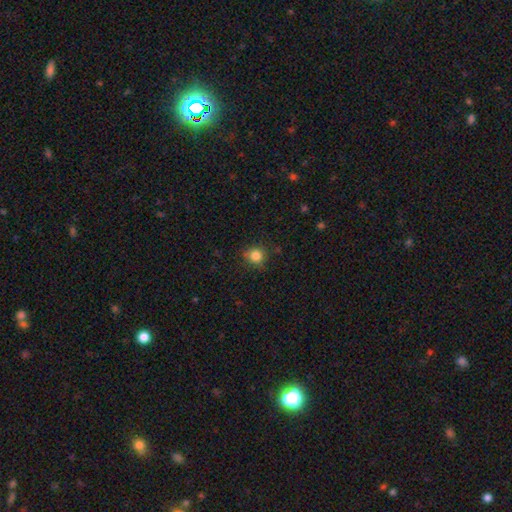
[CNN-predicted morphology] type=smooth (82%); roundness=round (88%); merging=none (81%).